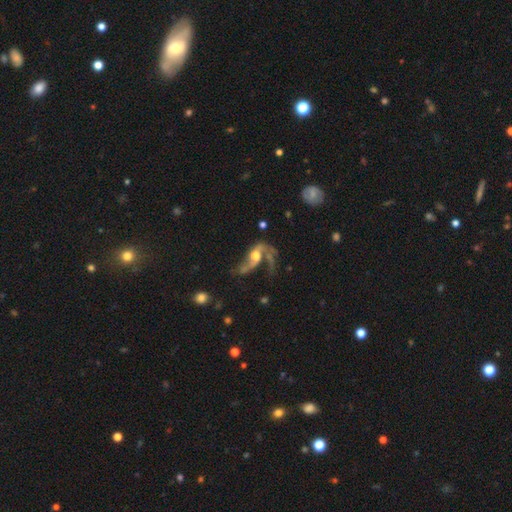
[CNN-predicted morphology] Smooth or featured?
  - featured or disk: 79% *
  - smooth: 13%
  - star or artifact: 8%
Edge-on disk?
  - no: 93% *
  - yes: 7%
Bar?
  - no: 60% *
  - weak: 28%
  - strong: 12%
Spiral arms?
  - yes: 87% *
  - no: 13%
Spiral winding?
  - loose: 77% *
  - medium: 19%
  - tight: 5%
Spiral arm count?
  - 2: 67% *
  - 1: 11%
  - 3: 9%
  - can't tell: 7%
  - 4: 3%
  - more than 4: 3%
Bulge size?
  - moderate: 63% *
  - large: 17%
  - small: 15%
  - none: 3%
  - dominant: 2%
Merging?
  - major disturbance: 41% *
  - none: 30%
  - minor disturbance: 17%
  - merger: 12%